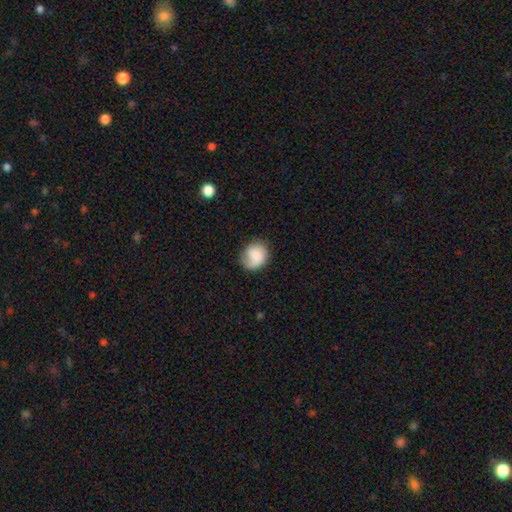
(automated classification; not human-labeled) Q: Smooth or featured?
A: smooth (67%); runner-up: featured or disk (26%)
Q: How rounded?
A: round (65%); runner-up: in between (35%)
Q: Merging?
A: none (64%); runner-up: minor disturbance (23%)